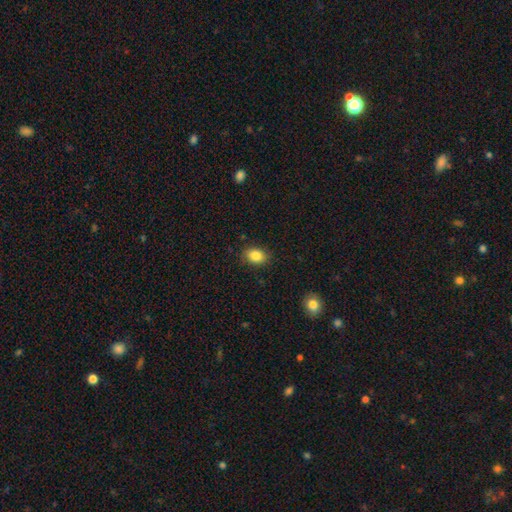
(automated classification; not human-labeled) Q: Smooth or featured?
A: smooth (86%); runner-up: star or artifact (8%)
Q: How rounded?
A: in between (73%); runner-up: round (26%)
Q: Merging?
A: none (83%); runner-up: minor disturbance (13%)